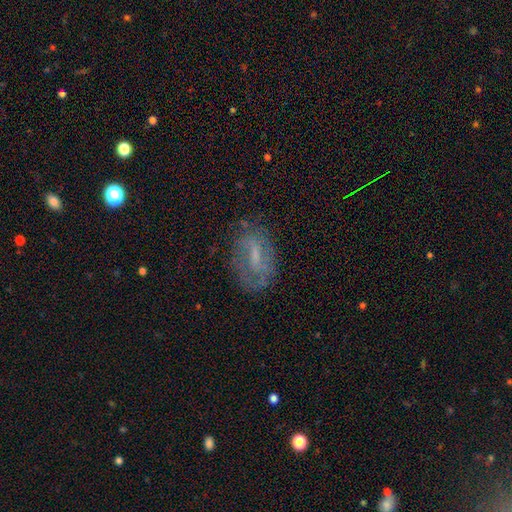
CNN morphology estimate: Overall: featured or disk (60%; smooth 29%). Edge-on disk: no (93%). Bar: weak (50%; strong 27%). Spiral arms: yes (67%; no 33%). Bulge size: small (42%; none 28%). Merging: none (64%).